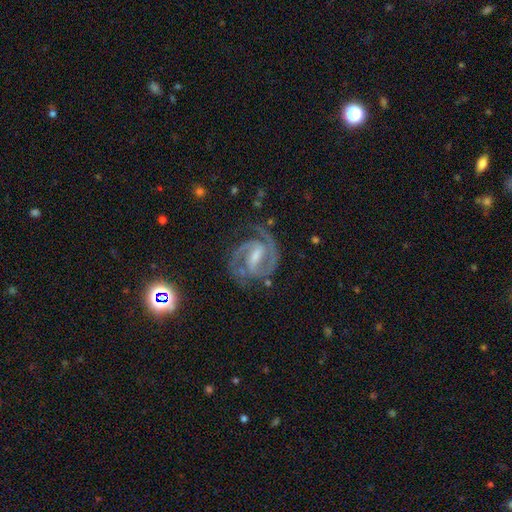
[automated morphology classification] type=featured or disk (91%); edge-on=no (98%); bar=strong (50%); spiral arms=yes (98%); winding=medium (50%); arm count=2 (90%); bulge=small (47%); merging=none (77%).